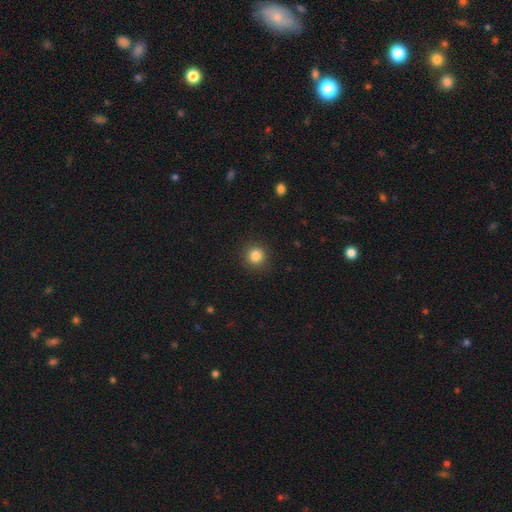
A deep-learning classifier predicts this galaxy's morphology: smooth_or_featured: smooth (p=0.84) [alt: star or artifact p=0.11]
how_rounded: round (p=0.93) [alt: in between p=0.06]
merging: none (p=0.91) [alt: minor disturbance p=0.06]